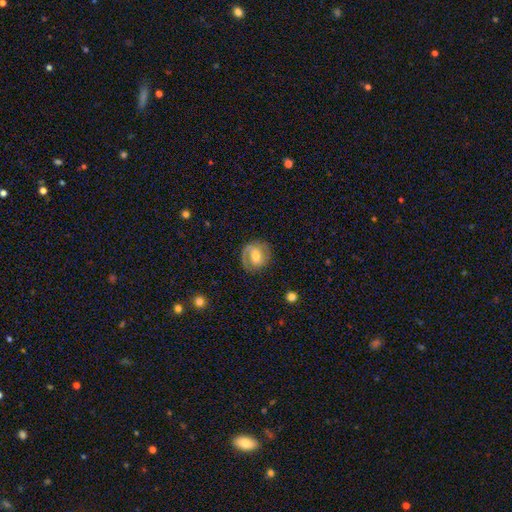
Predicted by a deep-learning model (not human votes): Smooth or featured: featured or disk — 72% (smooth — 21%)
Edge-on disk: no — 97% (yes — 3%)
Bar: weak — 48% (no — 35%)
Spiral arms: yes — 90% (no — 10%)
Spiral winding: medium — 43% (tight — 40%)
Spiral arm count: 2 — 66% (1 — 22%)
Bulge size: moderate — 62% (small — 32%)
Merging: none — 76% (minor disturbance — 15%)